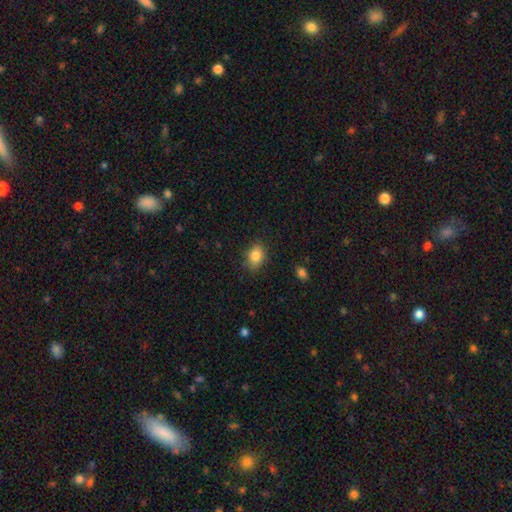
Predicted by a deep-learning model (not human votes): smooth-or-featured: smooth: 83% | star or artifact: 9% | featured or disk: 8%
  how-rounded: in between: 75% | round: 24% | cigar-shaped: 1%
  merging: none: 83% | minor disturbance: 13% | major disturbance: 3% | merger: 1%